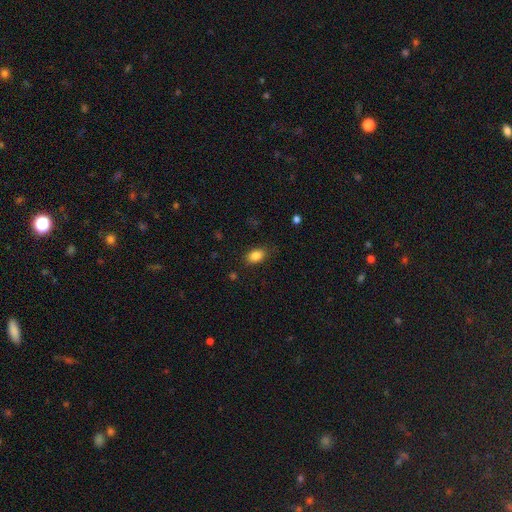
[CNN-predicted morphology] smooth 85%, star or artifact 9%, featured or disk 6%. Down the decision tree: how rounded — in between (84%); merging — none (83%).